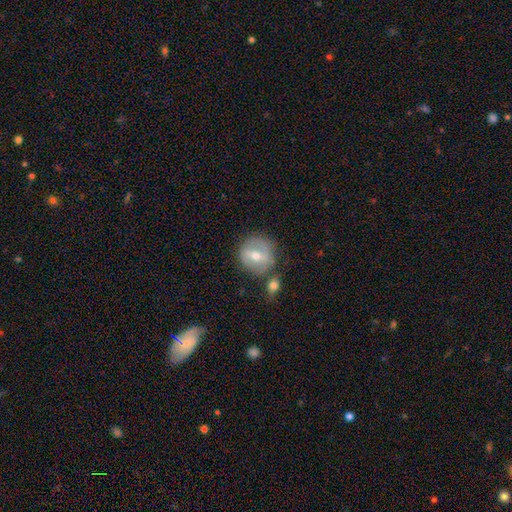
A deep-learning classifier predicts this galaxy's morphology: type=featured or disk (50%); edge-on=no (93%); merging=none (68%).